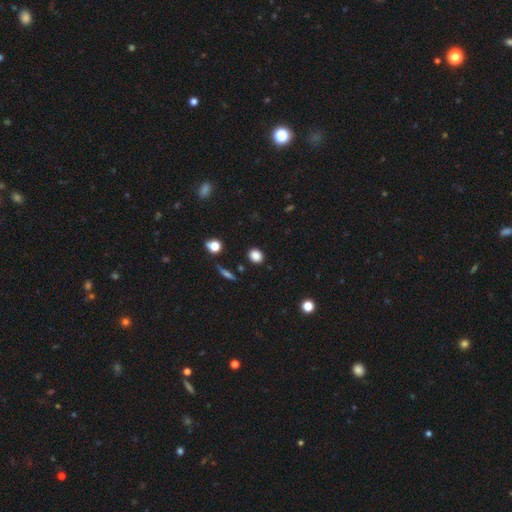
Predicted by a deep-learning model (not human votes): The model was most divided on "how rounded": round: 59%, in between: 39%, cigar-shaped: 2%. More confident: merging — none (88%); smooth or featured — smooth (85%).